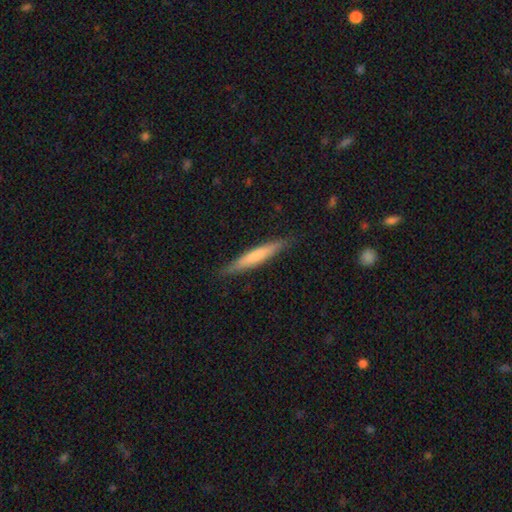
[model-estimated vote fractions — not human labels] Smooth or featured: smooth — 65% (featured or disk — 30%)
How rounded: cigar-shaped — 94% (in between — 5%)
Merging: none — 89% (minor disturbance — 9%)